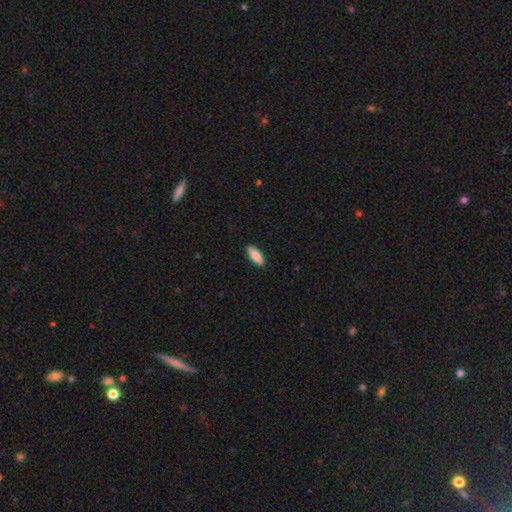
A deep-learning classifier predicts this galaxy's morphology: Smooth or featured? Predicted: smooth (p=0.82). How rounded? Predicted: in between (p=0.69). Merging? Predicted: none (p=0.89).